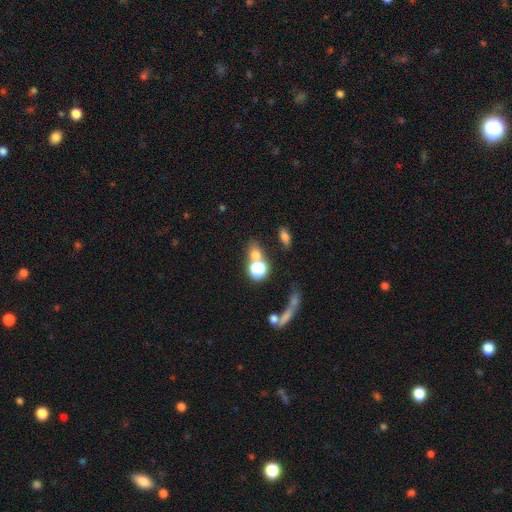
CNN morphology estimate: A smooth galaxy with no disk features (63%) that is round (61%).

Vote fractions:
- Smooth or featured? smooth: 63% / star or artifact: 26% / featured or disk: 10%
- How rounded? round: 61% / in between: 35% / cigar-shaped: 4%
- Merging? none: 55% / merger: 30% / minor disturbance: 10% / major disturbance: 5%